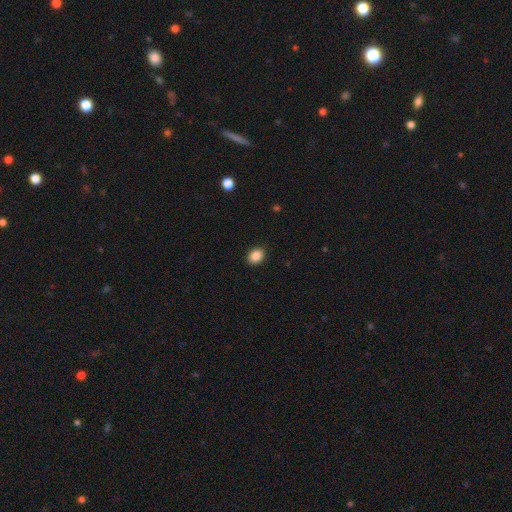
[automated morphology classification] Smooth or featured: smooth — 87% (star or artifact — 9%)
How rounded: in between — 62% (round — 37%)
Merging: none — 90% (minor disturbance — 7%)